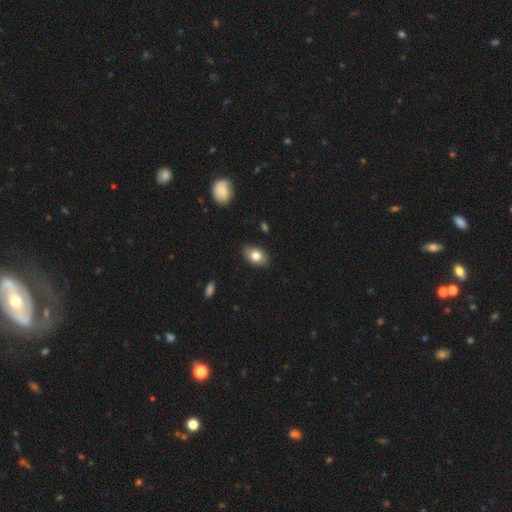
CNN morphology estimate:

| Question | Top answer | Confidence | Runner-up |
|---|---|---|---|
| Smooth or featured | smooth | 78% | featured or disk (14%) |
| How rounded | in between | 85% | round (14%) |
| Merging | none | 84% | minor disturbance (13%) |